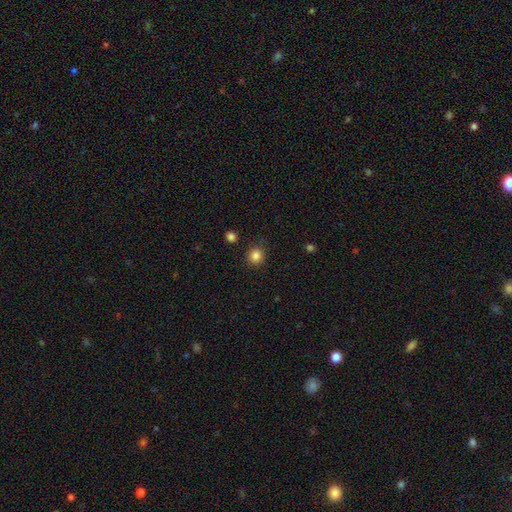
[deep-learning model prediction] Q: Smooth or featured?
A: smooth (85%); runner-up: star or artifact (11%)
Q: How rounded?
A: round (91%); runner-up: in between (8%)
Q: Merging?
A: none (88%); runner-up: minor disturbance (8%)